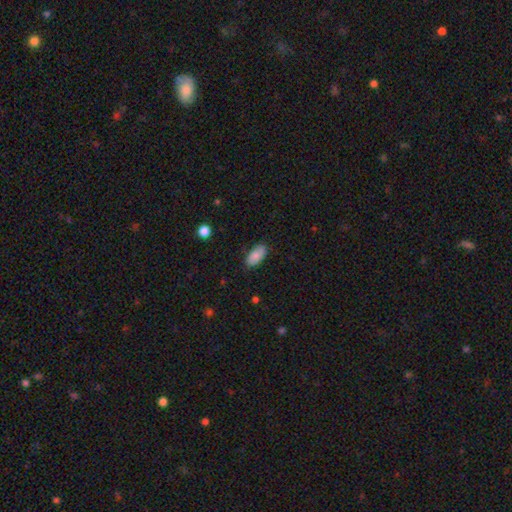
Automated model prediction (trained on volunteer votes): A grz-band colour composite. It shows a smooth galaxy with no disk features (85%) that is in between round and cigar-shaped (93%). Merging: none (83%).